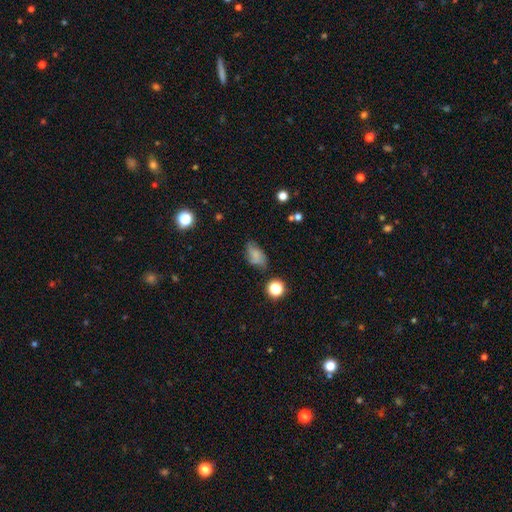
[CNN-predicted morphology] Overall: smooth (61%; featured or disk 25%). How rounded: in between (86%). Merging: none (59%; minor disturbance 28%).